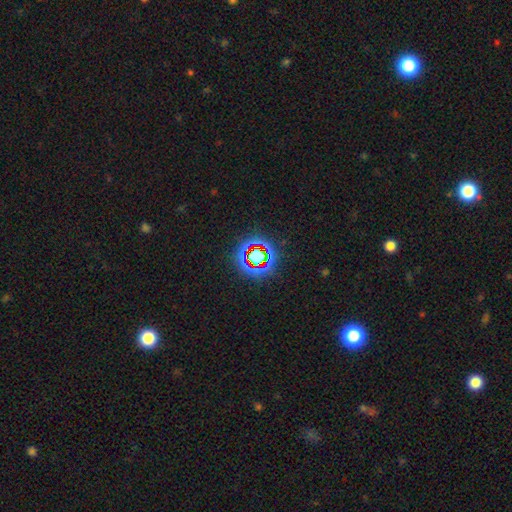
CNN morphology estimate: type=star or artifact (69%).